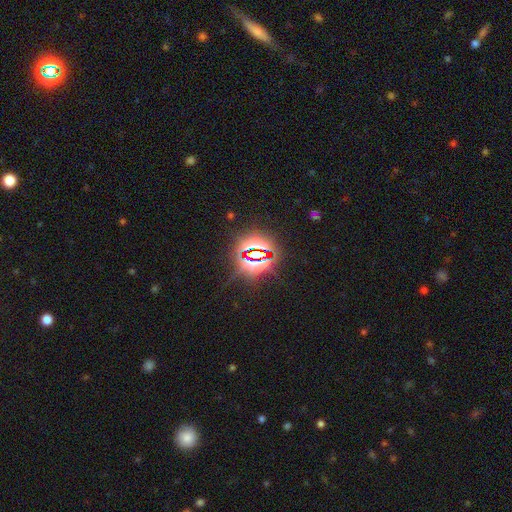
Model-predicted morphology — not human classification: This appears to be a star or artifact, not a galaxy (80%).